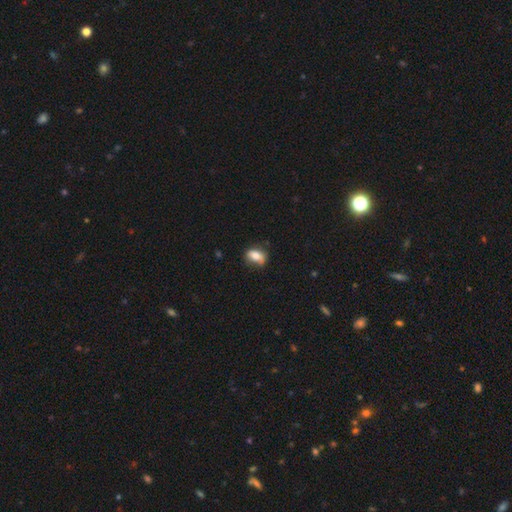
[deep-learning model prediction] A smooth galaxy with no disk features (74%) that is in between round and cigar-shaped (81%). Merging: none (66%).